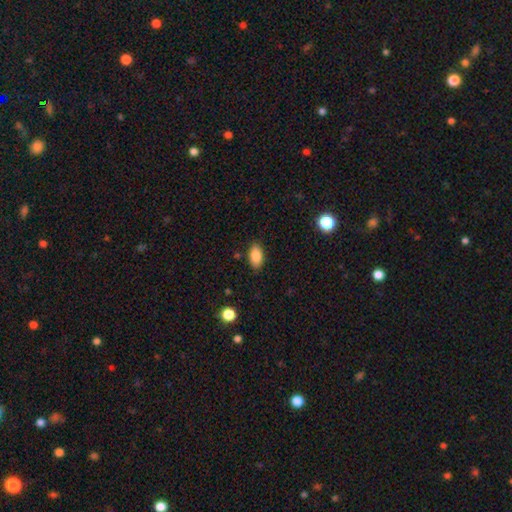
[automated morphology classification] Smooth or featured?
  - smooth: 86% *
  - star or artifact: 8%
  - featured or disk: 6%
How rounded?
  - in between: 91% *
  - round: 5%
  - cigar-shaped: 4%
Merging?
  - none: 86% *
  - minor disturbance: 10%
  - major disturbance: 2%
  - merger: 2%